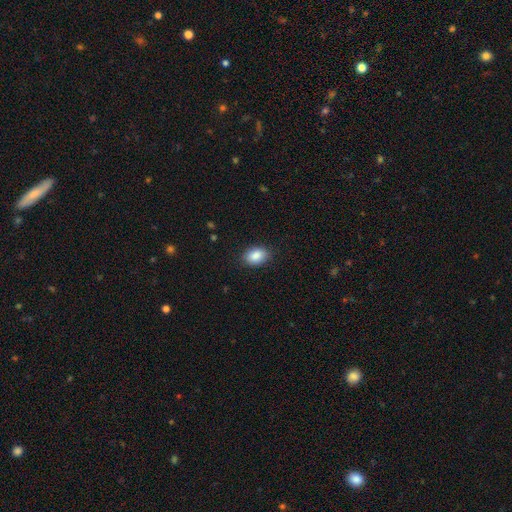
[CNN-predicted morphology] smooth 88%, star or artifact 7%, featured or disk 5%. Down the decision tree: how rounded — in between (78%); merging — none (87%).